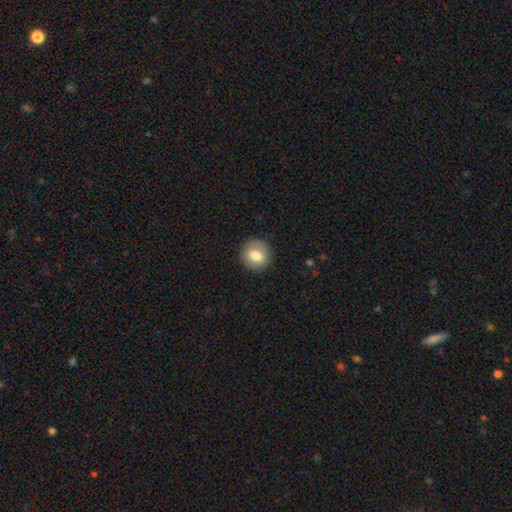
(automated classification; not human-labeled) This appears to be a smooth galaxy with no disk features (79%) that is round (89%). Merging: none (89%).